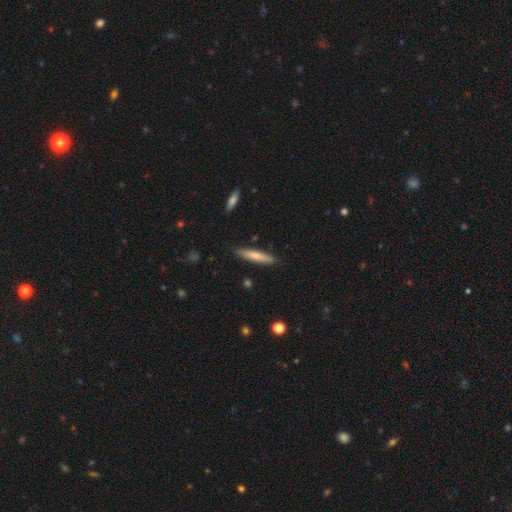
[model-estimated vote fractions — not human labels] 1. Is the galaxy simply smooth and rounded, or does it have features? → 68% smooth, 26% featured or disk, 6% star or artifact.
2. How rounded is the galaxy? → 89% cigar-shaped, 9% in between, 1% round.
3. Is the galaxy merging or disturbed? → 88% none, 9% minor disturbance, 2% major disturbance, 2% merger.